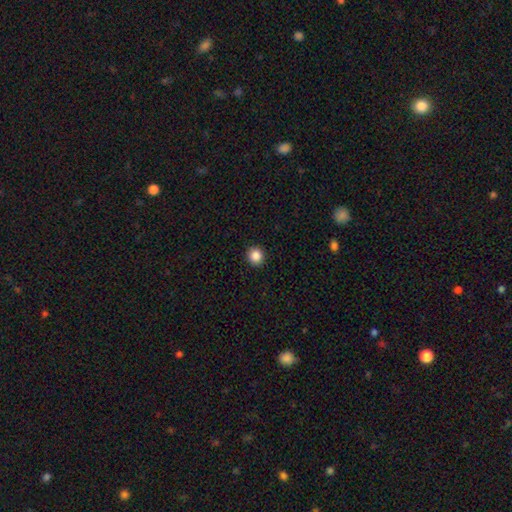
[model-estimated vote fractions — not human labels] A smooth galaxy with no disk features (87%) that is round (91%).

Vote fractions:
- Smooth or featured? smooth: 87% / star or artifact: 10% / featured or disk: 3%
- How rounded? round: 91% / in between: 8% / cigar-shaped: 1%
- Merging? none: 93% / minor disturbance: 5% / major disturbance: 2% / merger: 1%